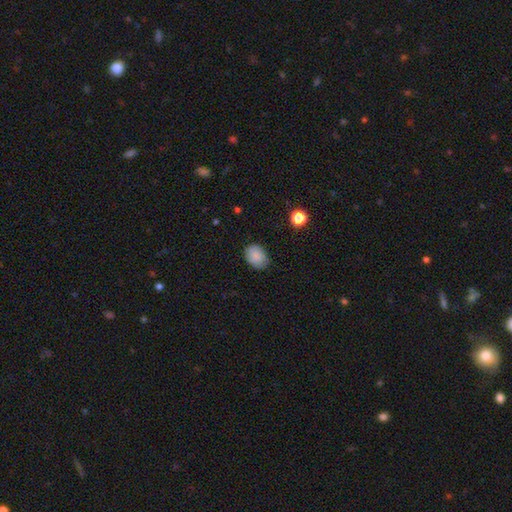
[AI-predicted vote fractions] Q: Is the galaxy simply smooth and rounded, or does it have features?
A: smooth — 86%.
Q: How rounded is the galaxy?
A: in between — 70%.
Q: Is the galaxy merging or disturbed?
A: none — 78%.